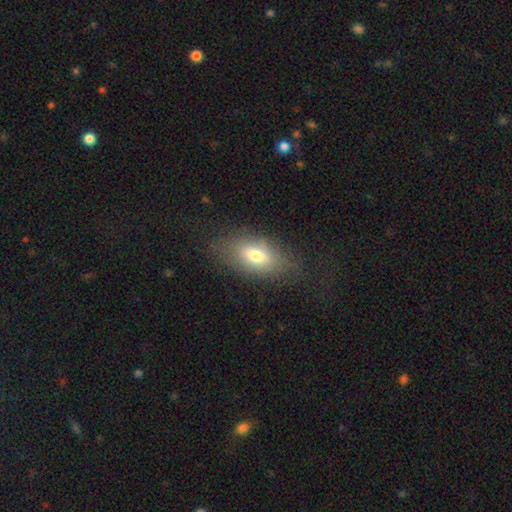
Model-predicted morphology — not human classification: type=smooth (70%); roundness=in between (87%); merging=none (72%).